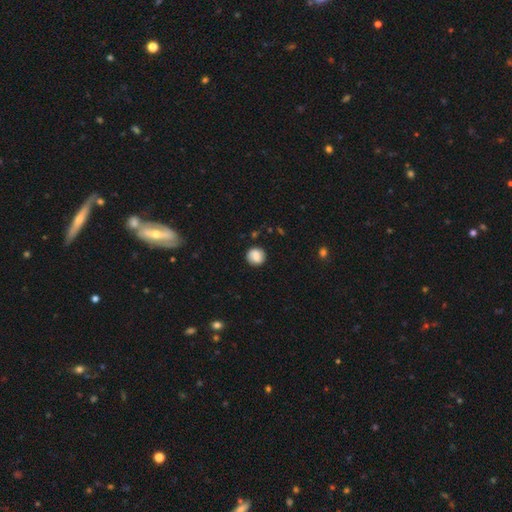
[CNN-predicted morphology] smooth_or_featured: smooth (p=0.81) [alt: featured or disk p=0.10]
how_rounded: round (p=0.88) [alt: in between p=0.11]
merging: none (p=0.85) [alt: minor disturbance p=0.11]